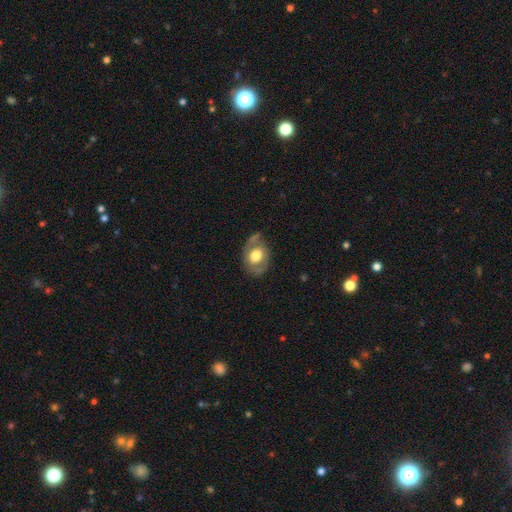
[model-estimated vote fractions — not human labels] This is possibly a featured or disk galaxy (47%, tied with smooth). Merging: likely none (61%).